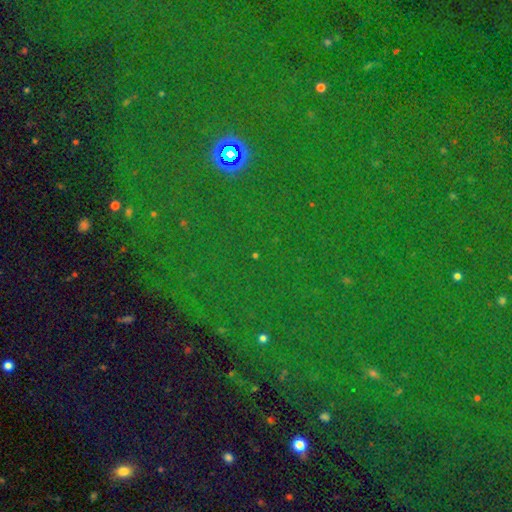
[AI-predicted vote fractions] Smooth or featured? star or artifact (78%)